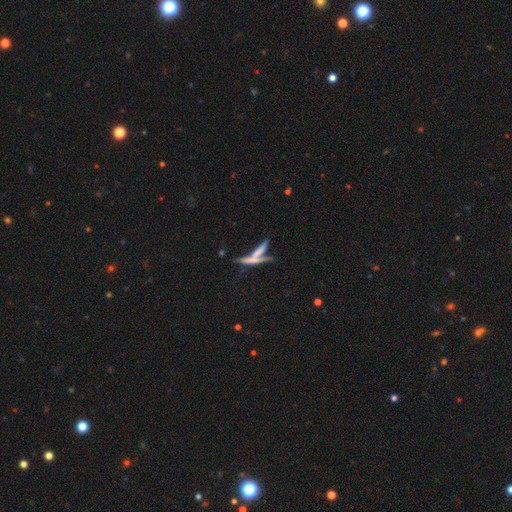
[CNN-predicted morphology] A featured or disk galaxy (44%). Merging: merger (43%).